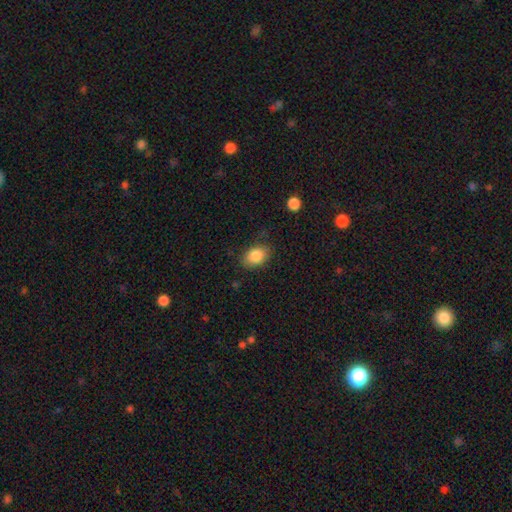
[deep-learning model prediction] A smooth galaxy with no disk features (85%) that is in between round and cigar-shaped (82%). Merging: none (80%).